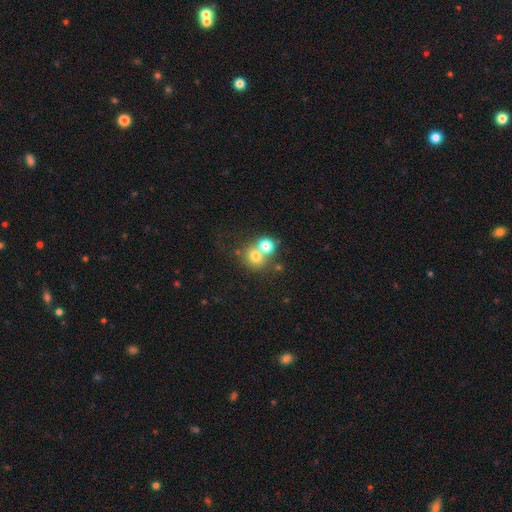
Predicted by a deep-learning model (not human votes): Smooth or featured? Predicted: smooth (p=0.71). How rounded? Predicted: round (p=0.78). Merging? Predicted: merger (p=0.52).